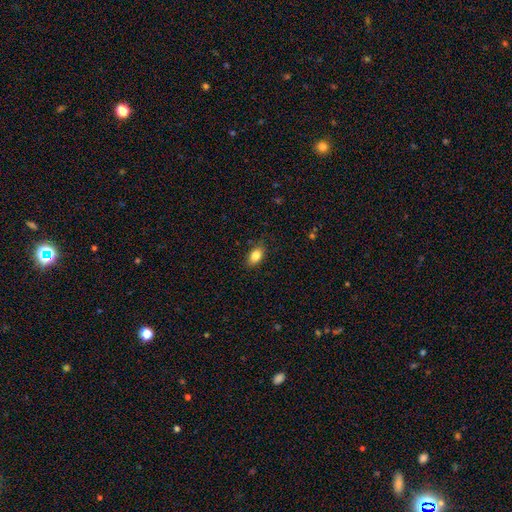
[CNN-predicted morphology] Smooth or featured?
  - smooth: 84% *
  - star or artifact: 8%
  - featured or disk: 8%
How rounded?
  - in between: 87% *
  - round: 10%
  - cigar-shaped: 3%
Merging?
  - none: 82% *
  - minor disturbance: 14%
  - major disturbance: 3%
  - merger: 1%